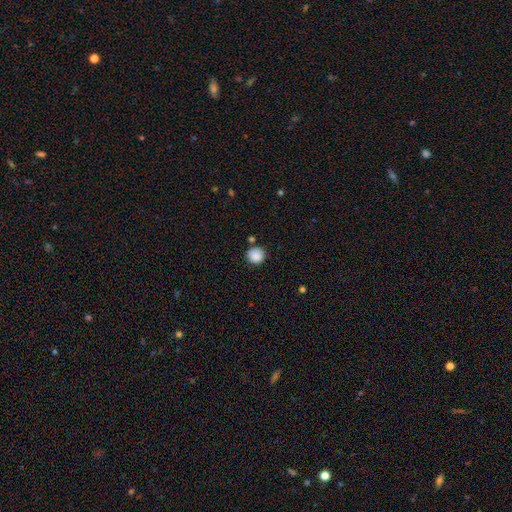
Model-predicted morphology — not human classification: smooth-or-featured: smooth: 88% | star or artifact: 9% | featured or disk: 3%
  how-rounded: round: 91% | in between: 8% | cigar-shaped: 1%
  merging: none: 83% | minor disturbance: 9% | merger: 5% | major disturbance: 3%